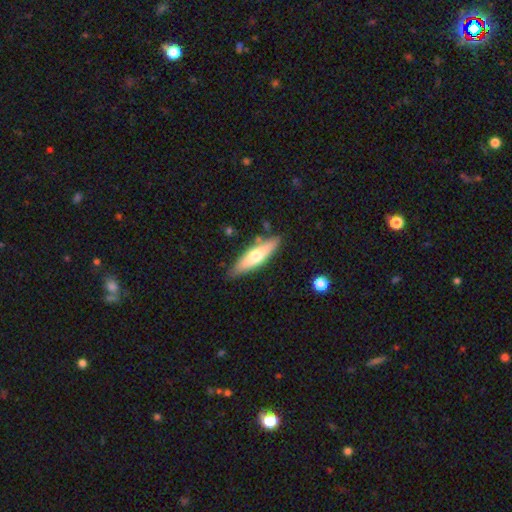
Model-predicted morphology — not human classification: Q: Smooth or featured?
A: smooth (52%); runner-up: featured or disk (43%)
Q: How rounded?
A: cigar-shaped (63%); runner-up: in between (35%)
Q: Merging?
A: none (81%); runner-up: minor disturbance (13%)